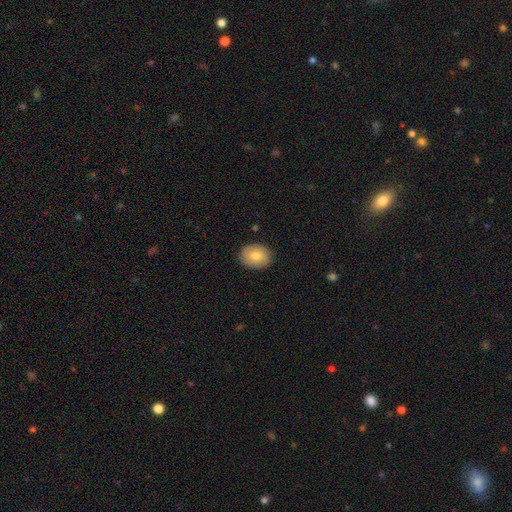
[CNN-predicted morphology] A smooth galaxy with no disk features (74%) that is in between round and cigar-shaped (62%).

Vote fractions:
- Smooth or featured? smooth: 74% / featured or disk: 19% / star or artifact: 8%
- How rounded? in between: 62% / round: 37% / cigar-shaped: 1%
- Merging? none: 87% / minor disturbance: 10% / major disturbance: 2% / merger: 1%